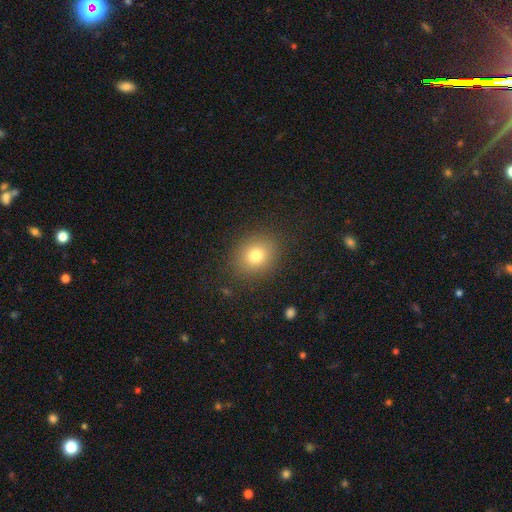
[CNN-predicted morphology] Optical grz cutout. It shows a smooth galaxy with no disk features (77%) that is round (72%). Merging: none (87%).